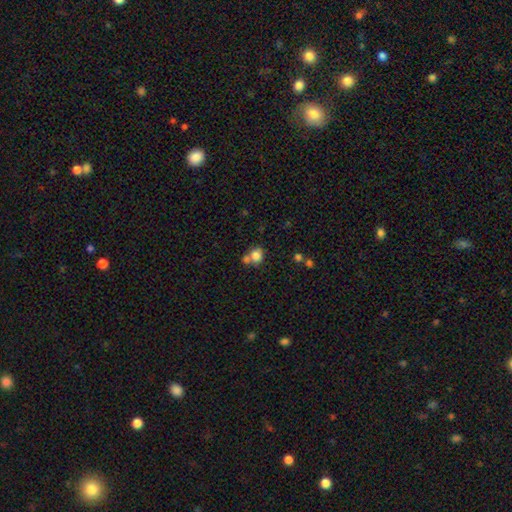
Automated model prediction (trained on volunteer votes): Smooth or featured? smooth (80%)
How rounded? round (70%)
Merging? none (48%)